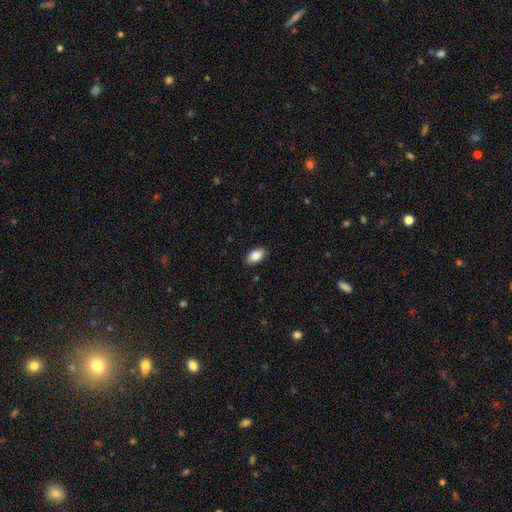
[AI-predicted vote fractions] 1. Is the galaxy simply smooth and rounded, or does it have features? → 88% smooth, 7% star or artifact, 5% featured or disk.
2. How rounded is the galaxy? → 93% in between, 5% round, 2% cigar-shaped.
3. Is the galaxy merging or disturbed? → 89% none, 9% minor disturbance, 2% major disturbance, 1% merger.